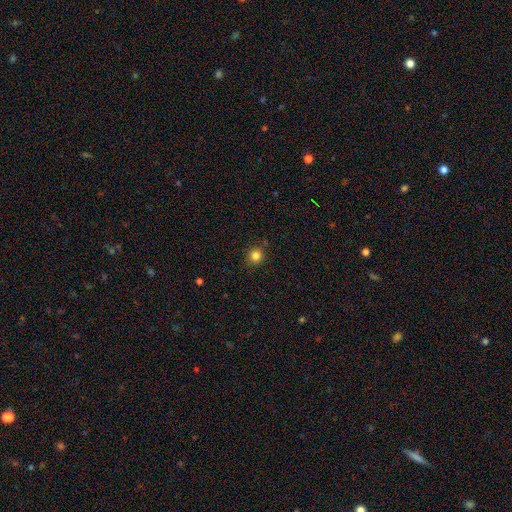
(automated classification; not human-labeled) Overall: smooth (83%). How rounded: round (93%). Merging: none (88%).